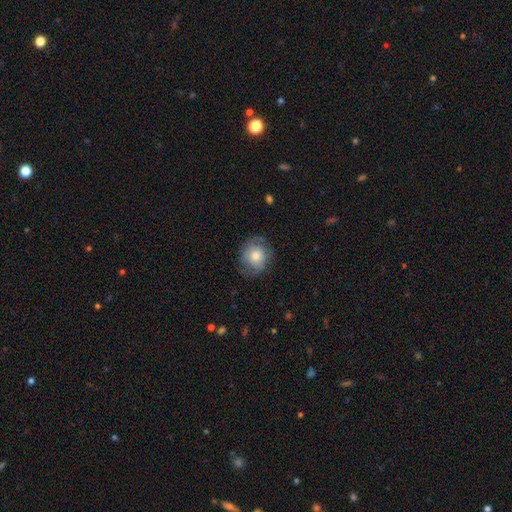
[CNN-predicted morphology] Smooth or featured?
  - smooth: 66% *
  - featured or disk: 26%
  - star or artifact: 8%
How rounded?
  - round: 73% *
  - in between: 26%
  - cigar-shaped: 1%
Merging?
  - none: 70% *
  - minor disturbance: 21%
  - major disturbance: 8%
  - merger: 1%